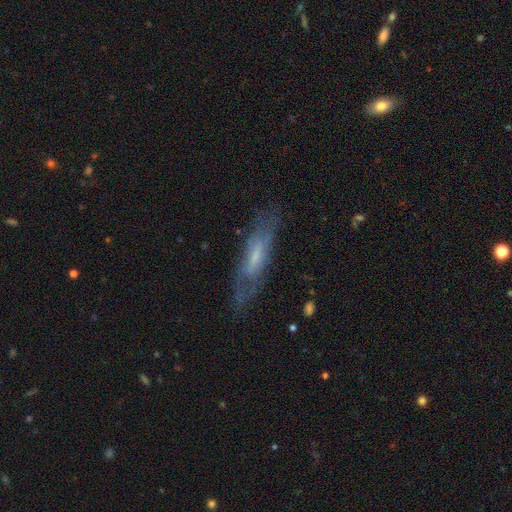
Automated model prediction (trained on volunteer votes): featured or disk 56%, smooth 36%, star or artifact 8%. Down the decision tree: edge-on disk — no (56%); merging — none (70%).